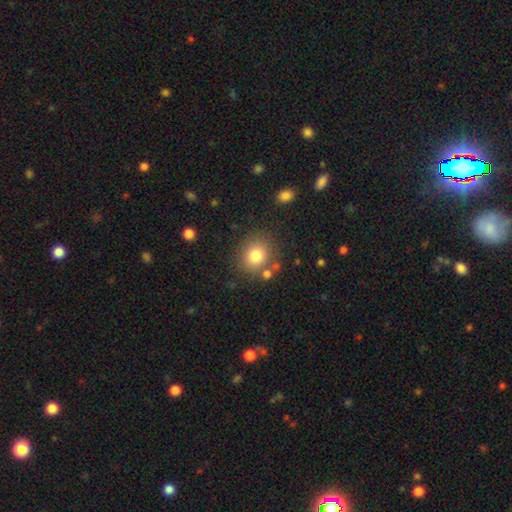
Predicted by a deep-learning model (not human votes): smooth 79%, star or artifact 11%, featured or disk 9%. Down the decision tree: how rounded — round (78%); merging — none (78%).